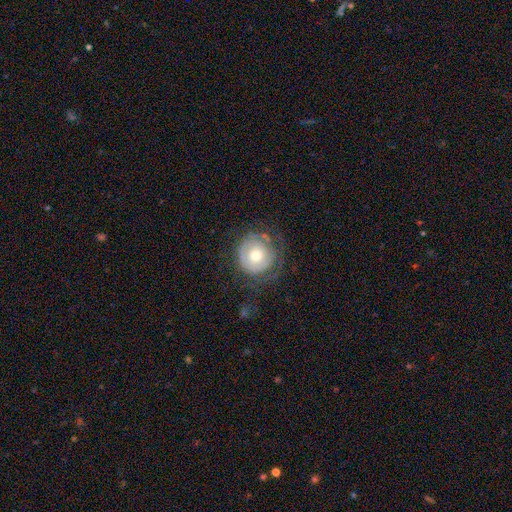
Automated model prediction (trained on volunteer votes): Smooth or featured? featured or disk (50%)
Merging? none (59%)